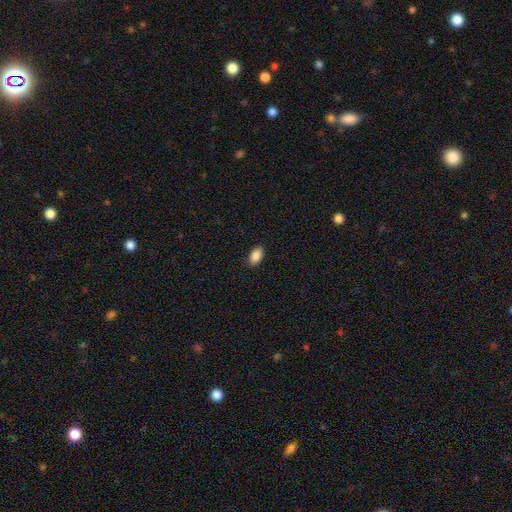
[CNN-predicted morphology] smooth 88%, star or artifact 7%, featured or disk 5%. Down the decision tree: how rounded — in between (93%); merging — none (89%).